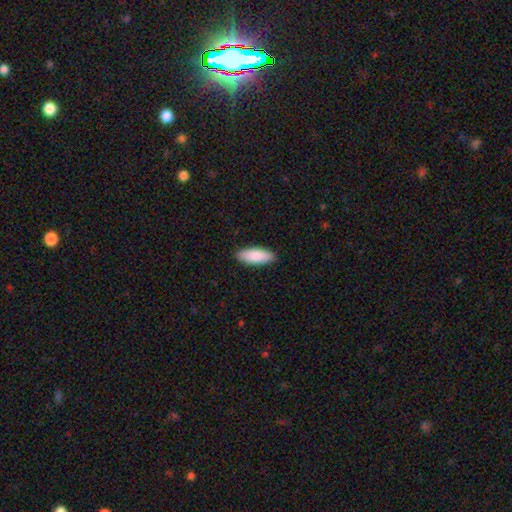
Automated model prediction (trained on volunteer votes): This is clearly a smooth galaxy (89%). How rounded: likely in between (72%). Merging: clearly none (90%).